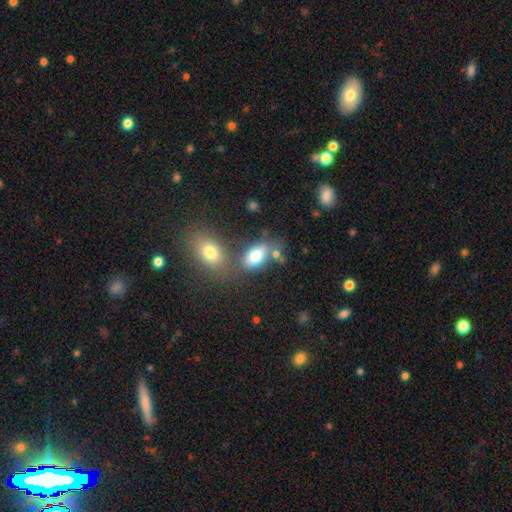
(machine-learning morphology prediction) smooth_or_featured: smooth (p=0.75) [alt: featured or disk p=0.15]
how_rounded: in between (p=0.88) [alt: round p=0.09]
merging: none (p=0.55) [alt: merger p=0.25]